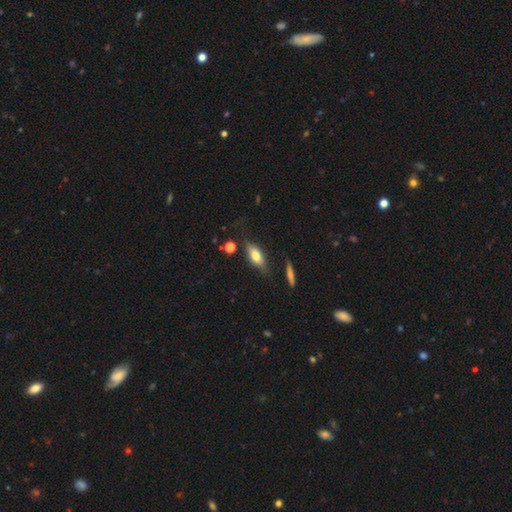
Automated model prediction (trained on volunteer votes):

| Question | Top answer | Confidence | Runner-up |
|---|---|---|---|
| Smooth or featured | smooth | 70% | featured or disk (23%) |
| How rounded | in between | 72% | cigar-shaped (24%) |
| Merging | none | 68% | minor disturbance (21%) |